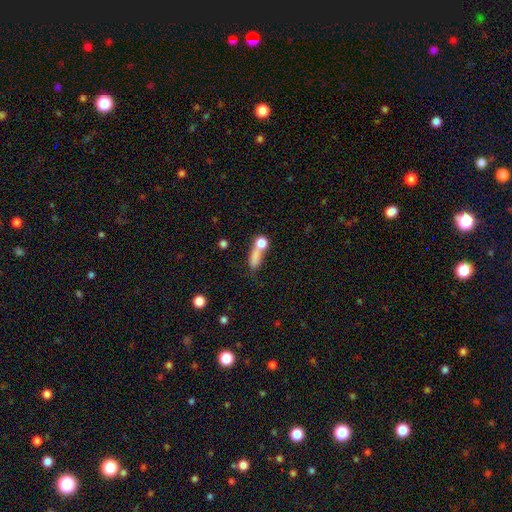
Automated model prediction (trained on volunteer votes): A smooth galaxy with no disk features (74%) that is in between round and cigar-shaped (46%).

Vote fractions:
- Smooth or featured? smooth: 74% / featured or disk: 14% / star or artifact: 12%
- How rounded? in between: 46% / cigar-shaped: 27% / round: 26%
- Merging? merger: 42% / none: 32% / minor disturbance: 13% / major disturbance: 13%